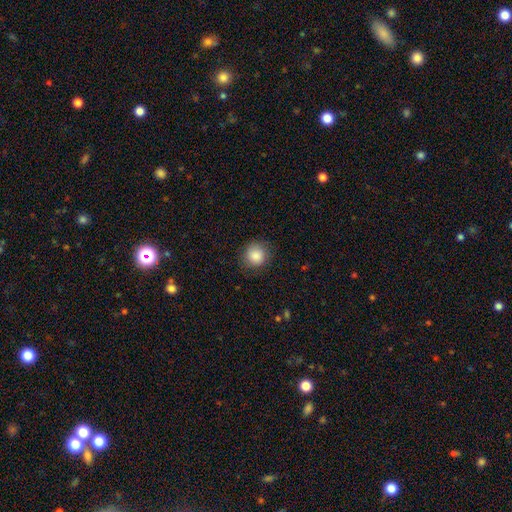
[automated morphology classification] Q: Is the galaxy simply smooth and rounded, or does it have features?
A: smooth — 86%.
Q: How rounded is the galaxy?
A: round — 89%.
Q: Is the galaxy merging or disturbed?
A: none — 84%.